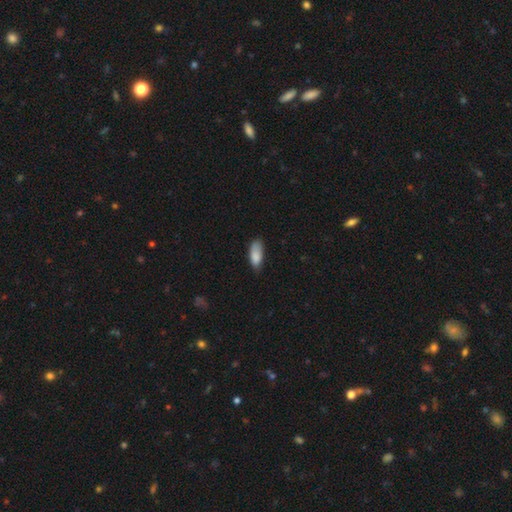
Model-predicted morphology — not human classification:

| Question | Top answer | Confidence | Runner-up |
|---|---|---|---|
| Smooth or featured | smooth | 85% | featured or disk (8%) |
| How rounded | in between | 83% | cigar-shaped (15%) |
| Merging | none | 59% | minor disturbance (33%) |